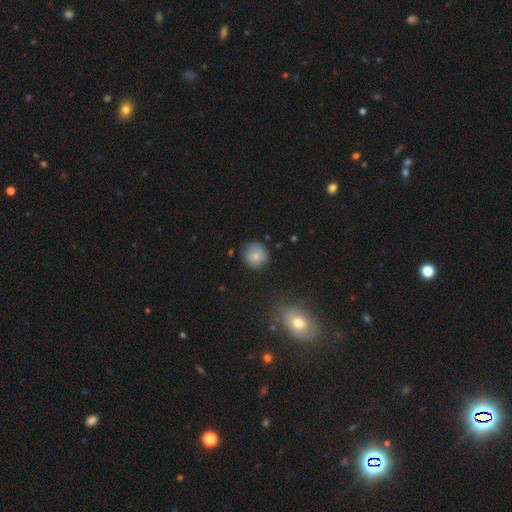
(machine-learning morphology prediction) A smooth galaxy with no disk features (78%) that is round (91%). Merging: none (81%).